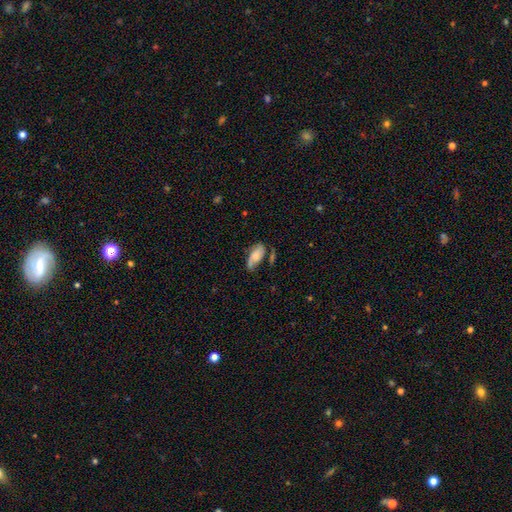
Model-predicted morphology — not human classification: Smooth or featured? Predicted: smooth (p=0.54). How rounded? Predicted: in between (p=0.87). Merging? Predicted: none (p=0.55).